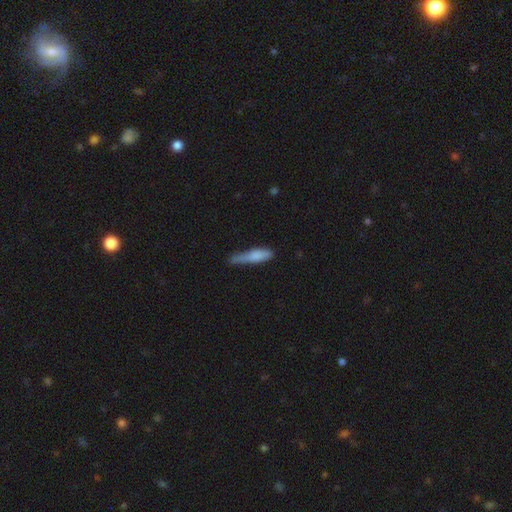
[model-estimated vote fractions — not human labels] smooth_or_featured: smooth (p=0.76) [alt: featured or disk p=0.17]
how_rounded: cigar-shaped (p=0.77) [alt: in between p=0.21]
merging: none (p=0.42) [alt: minor disturbance p=0.41]